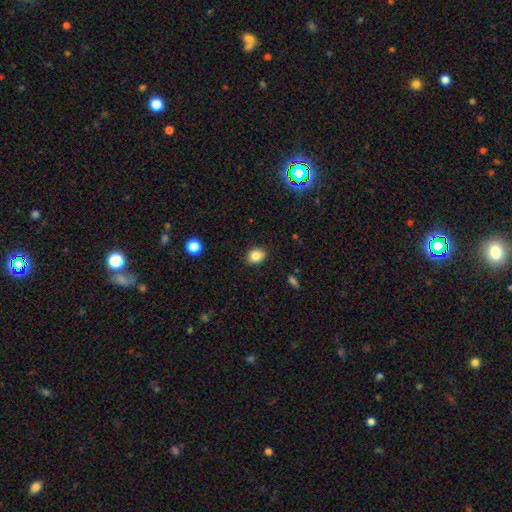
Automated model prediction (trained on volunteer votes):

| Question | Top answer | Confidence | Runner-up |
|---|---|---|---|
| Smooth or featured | smooth | 83% | star or artifact (11%) |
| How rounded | round | 55% | in between (44%) |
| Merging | none | 85% | minor disturbance (11%) |